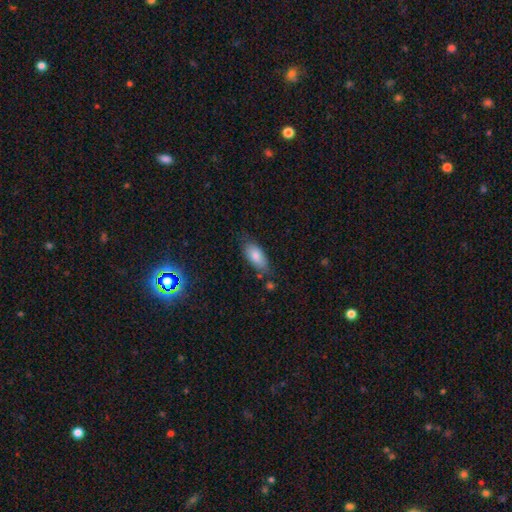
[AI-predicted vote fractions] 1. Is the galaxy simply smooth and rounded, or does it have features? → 82% smooth, 12% featured or disk, 7% star or artifact.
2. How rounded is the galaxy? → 88% in between, 10% cigar-shaped, 2% round.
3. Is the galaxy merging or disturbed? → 70% none, 21% minor disturbance, 5% major disturbance, 4% merger.